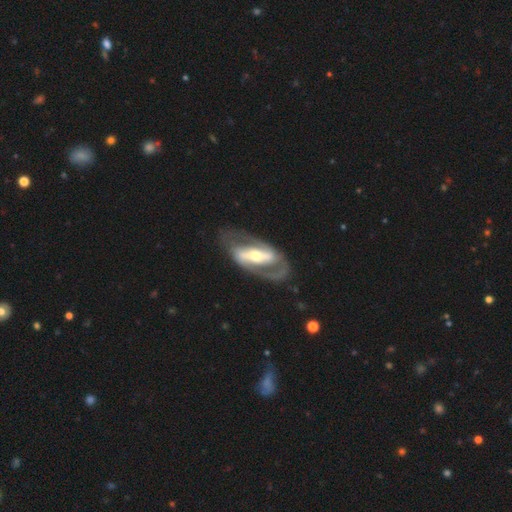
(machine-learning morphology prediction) A featured or disk galaxy (84%) with a strong bar (65%), 2 (85%) medium (46%) spiral arms (79%) and a moderate central bulge (60%). Merging: none (70%).